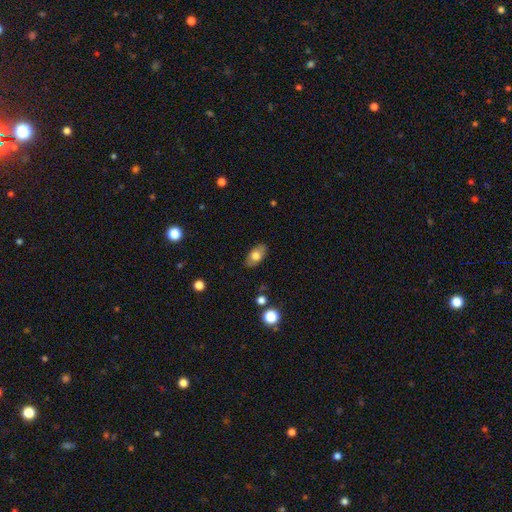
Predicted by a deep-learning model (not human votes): Smooth or featured?
  - smooth: 73% *
  - featured or disk: 19%
  - star or artifact: 8%
How rounded?
  - in between: 91% *
  - round: 6%
  - cigar-shaped: 3%
Merging?
  - none: 85% *
  - minor disturbance: 11%
  - major disturbance: 2%
  - merger: 1%